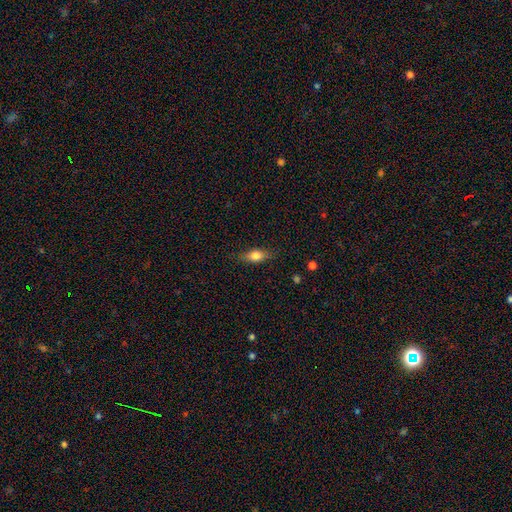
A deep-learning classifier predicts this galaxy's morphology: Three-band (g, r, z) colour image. It shows a smooth galaxy with no disk features (72%) that is in between round and cigar-shaped (72%). Merging: none (82%).